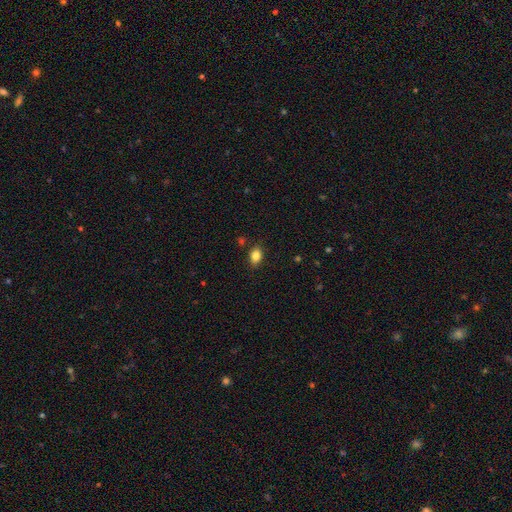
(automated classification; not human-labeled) smooth-or-featured: smooth: 83% | star or artifact: 10% | featured or disk: 7%
  how-rounded: in between: 77% | round: 22% | cigar-shaped: 2%
  merging: none: 84% | minor disturbance: 11% | major disturbance: 3% | merger: 2%